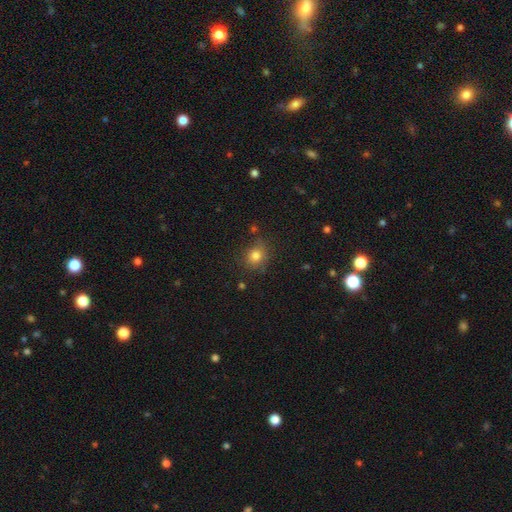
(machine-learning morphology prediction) Overall: smooth (80%). How rounded: round (75%). Merging: none (76%).